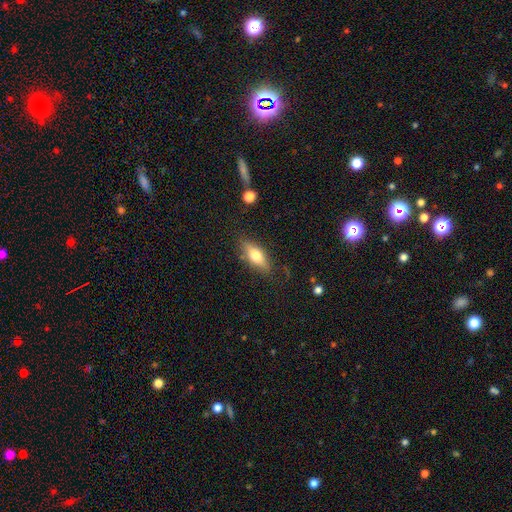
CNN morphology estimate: Smooth or featured? smooth (63%)
How rounded? in between (67%)
Merging? none (80%)